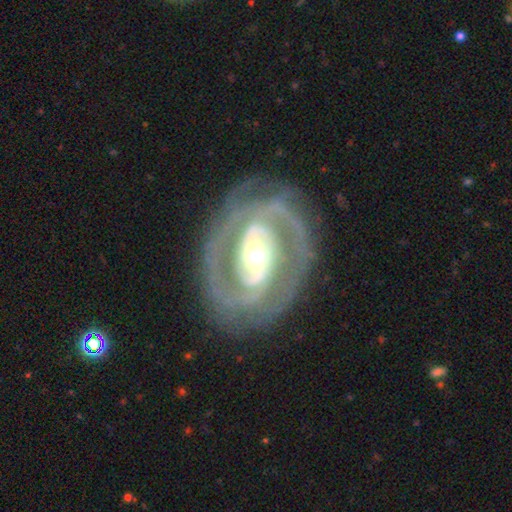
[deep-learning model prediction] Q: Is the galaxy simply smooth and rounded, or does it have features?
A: featured or disk — 88%.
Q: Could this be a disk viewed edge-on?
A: no — 96%.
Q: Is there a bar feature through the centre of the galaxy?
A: no — 37%.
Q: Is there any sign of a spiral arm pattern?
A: yes — 91%.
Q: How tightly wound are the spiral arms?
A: tight — 59%.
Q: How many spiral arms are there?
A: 2 — 65%.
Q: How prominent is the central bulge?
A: moderate — 59%.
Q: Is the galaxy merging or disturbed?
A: none — 78%.